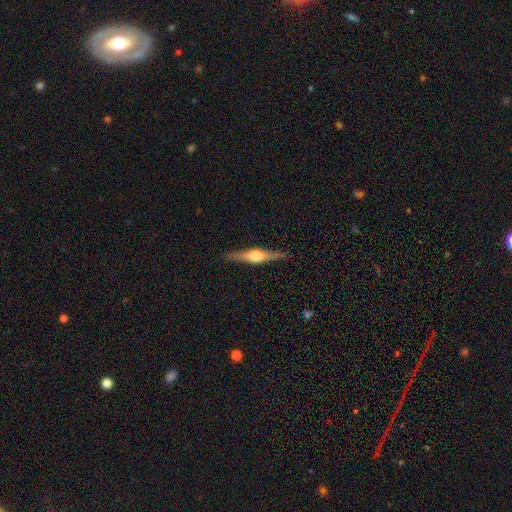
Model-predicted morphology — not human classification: Smooth or featured?
  - featured or disk: 71% *
  - smooth: 23%
  - star or artifact: 6%
Edge-on disk?
  - yes: 97% *
  - no: 3%
Edge-on bulge?
  - rounded: 92% *
  - boxy: 5%
  - none: 3%
Merging?
  - none: 89% *
  - minor disturbance: 8%
  - major disturbance: 2%
  - merger: 1%